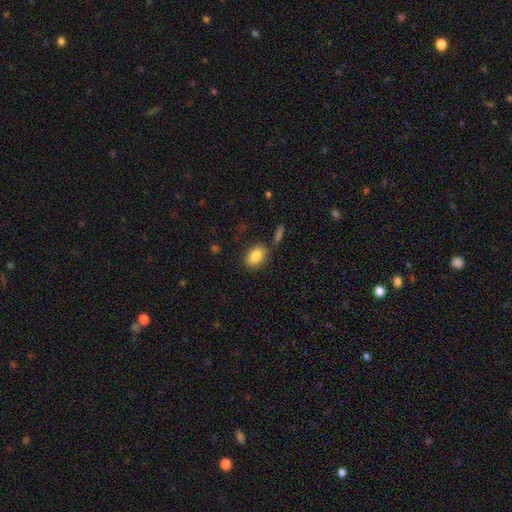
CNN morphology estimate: A smooth galaxy with no disk features (86%) that is in between round and cigar-shaped (82%).

Vote fractions:
- Smooth or featured? smooth: 86% / star or artifact: 7% / featured or disk: 7%
- How rounded? in between: 82% / round: 16% / cigar-shaped: 2%
- Merging? none: 74% / minor disturbance: 13% / merger: 8% / major disturbance: 4%